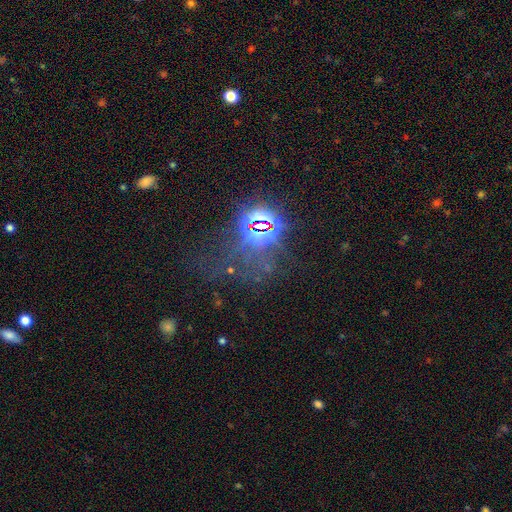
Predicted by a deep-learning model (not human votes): Q: Smooth or featured?
A: star or artifact (69%); runner-up: smooth (17%)